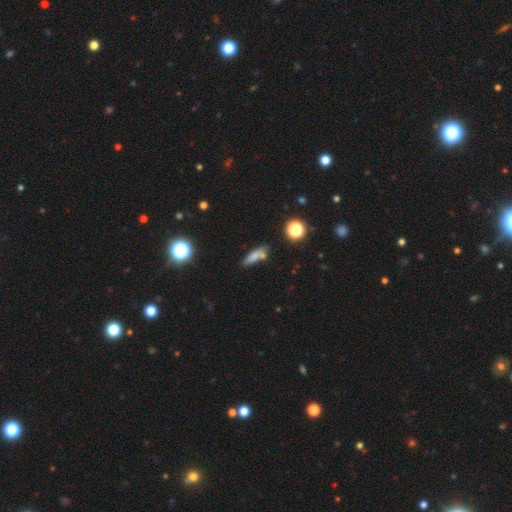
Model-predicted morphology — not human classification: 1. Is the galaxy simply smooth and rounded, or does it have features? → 73% smooth, 14% featured or disk, 13% star or artifact.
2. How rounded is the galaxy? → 57% cigar-shaped, 38% in between, 5% round.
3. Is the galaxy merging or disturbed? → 65% none, 17% minor disturbance, 13% merger, 5% major disturbance.